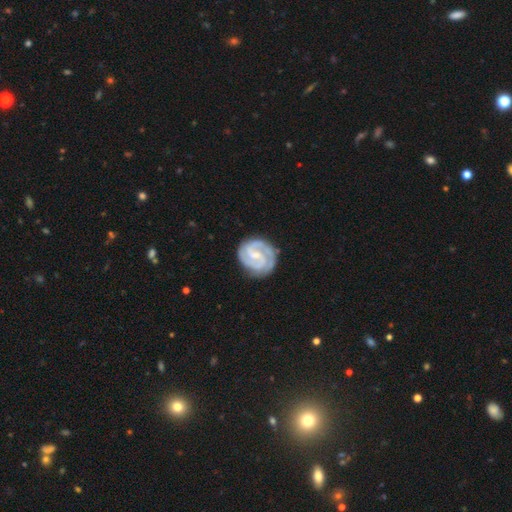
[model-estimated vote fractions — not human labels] Overall: featured or disk (90%). Edge-on disk: no (98%). Bar: weak (52%; no 30%). Spiral arms: yes (98%). Spiral arm count: 2 (77%). Spiral winding: tight (62%; medium 33%). Bulge size: small (58%; moderate 30%). Merging: none (82%).